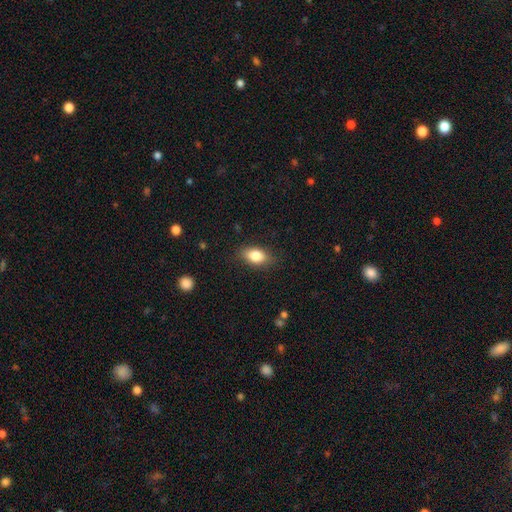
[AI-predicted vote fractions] Smooth or featured? smooth (83%)
How rounded? in between (85%)
Merging? none (83%)